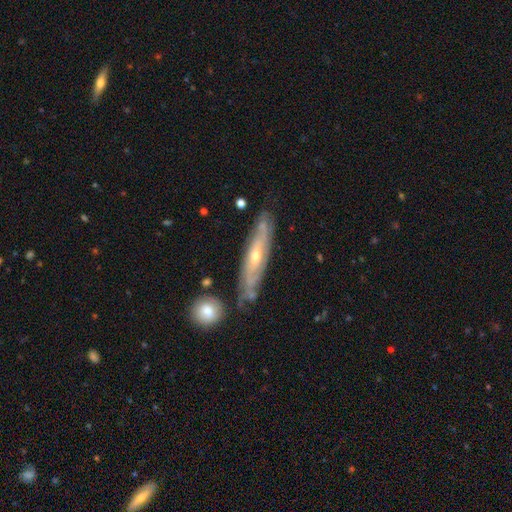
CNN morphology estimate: Smooth or featured?
  - featured or disk: 74% *
  - smooth: 19%
  - star or artifact: 7%
Edge-on disk?
  - no: 54% *
  - yes: 46%
Merging?
  - none: 74% *
  - minor disturbance: 17%
  - merger: 5%
  - major disturbance: 4%